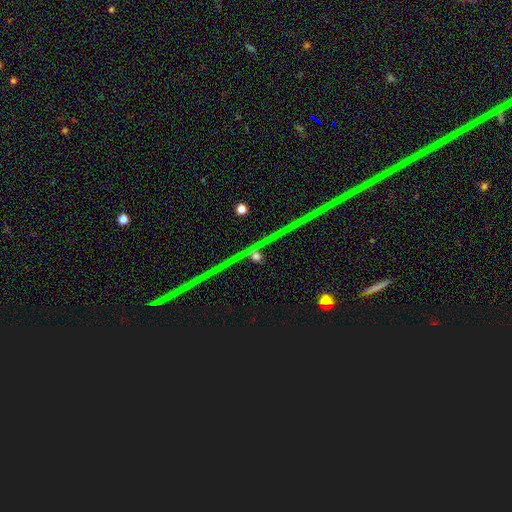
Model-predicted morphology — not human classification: Q: Smooth or featured?
A: star or artifact (62%); runner-up: featured or disk (24%)